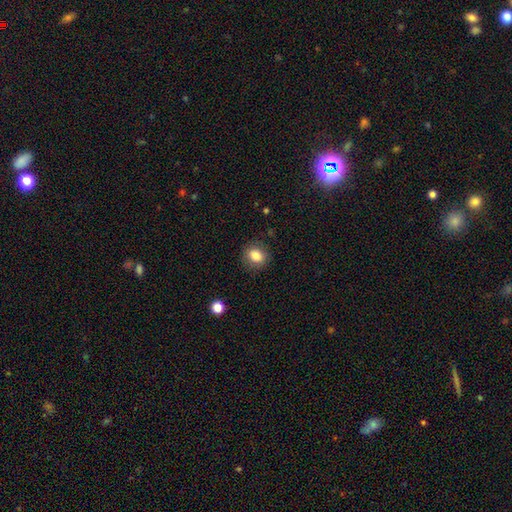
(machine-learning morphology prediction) Smooth or featured? Predicted: smooth (p=0.84). How rounded? Predicted: round (p=0.62). Merging? Predicted: none (p=0.87).